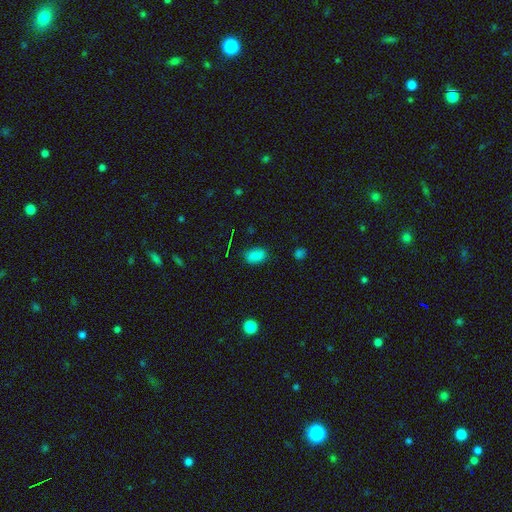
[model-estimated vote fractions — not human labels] This appears to be a smooth galaxy with no disk features (82%) that is in between round and cigar-shaped (84%). Merging: none (82%).